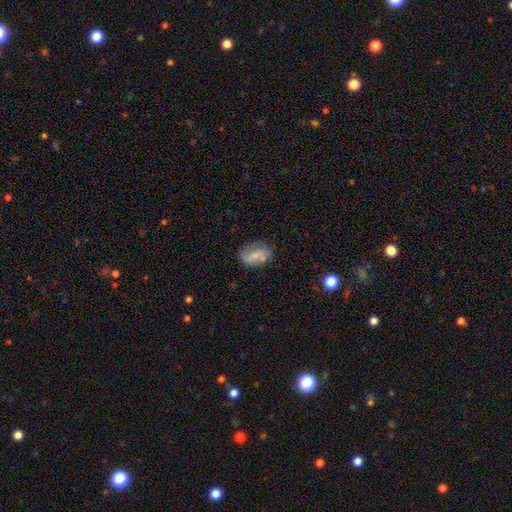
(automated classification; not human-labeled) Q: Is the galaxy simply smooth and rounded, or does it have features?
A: smooth — 51%.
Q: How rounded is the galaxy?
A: in between — 81%.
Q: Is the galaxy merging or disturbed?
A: none — 60%.